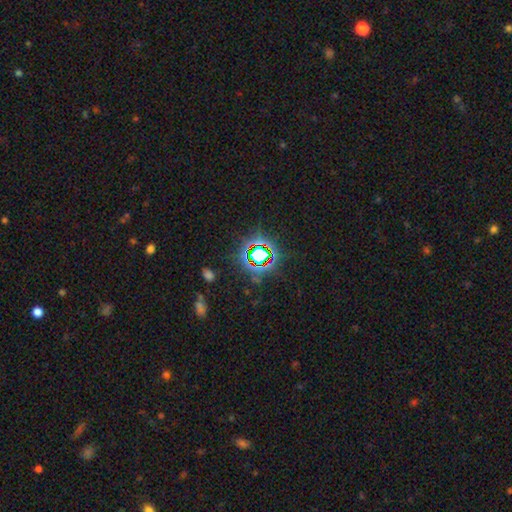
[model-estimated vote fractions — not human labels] Smooth or featured: star or artifact — 77% (smooth — 13%)